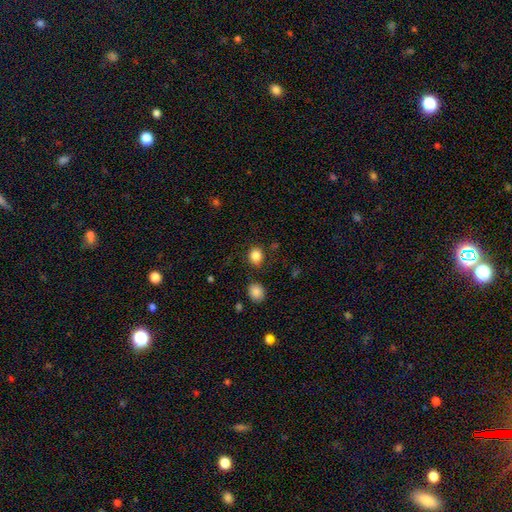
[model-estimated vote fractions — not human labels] This is clearly a smooth galaxy (85%). How rounded: likely round (73%). Merging: clearly none (81%).